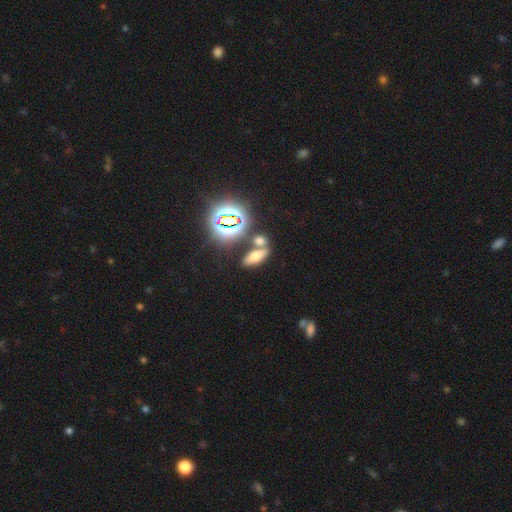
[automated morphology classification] Q: Smooth or featured?
A: smooth (55%); runner-up: star or artifact (29%)
Q: How rounded?
A: in between (64%); runner-up: cigar-shaped (21%)
Q: Merging?
A: none (61%); runner-up: merger (23%)